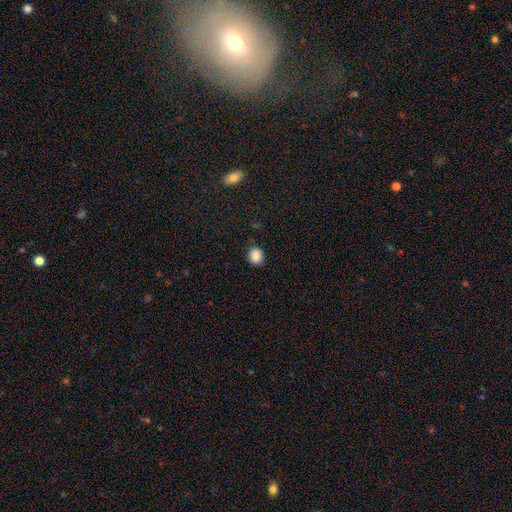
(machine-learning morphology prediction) The model was most divided on "how rounded": round: 74%, in between: 25%, cigar-shaped: 1%. More confident: merging — none (88%); smooth or featured — smooth (86%).